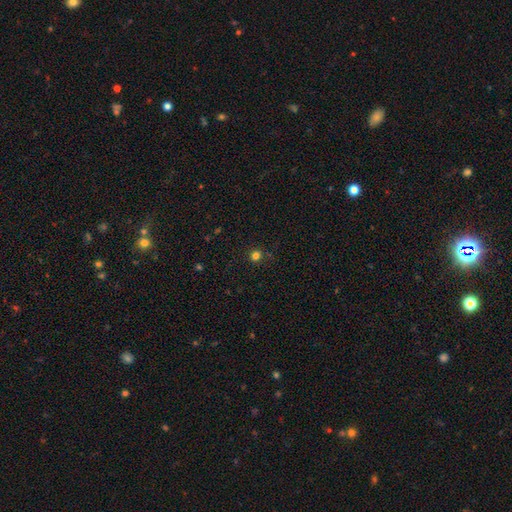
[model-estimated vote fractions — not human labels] smooth-or-featured: smooth: 78% | star or artifact: 18% | featured or disk: 4%
  how-rounded: round: 91% | in between: 8% | cigar-shaped: 1%
  merging: none: 89% | minor disturbance: 7% | major disturbance: 2% | merger: 2%